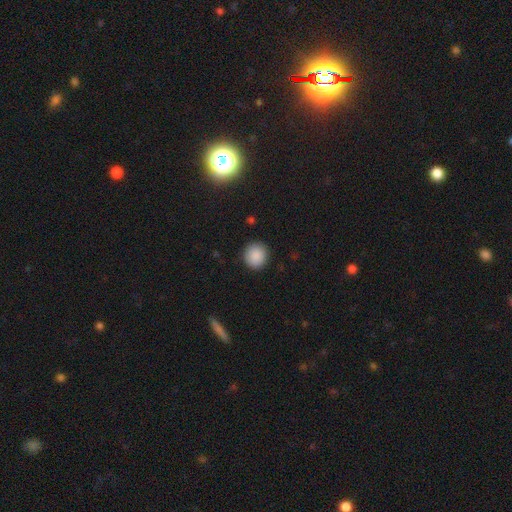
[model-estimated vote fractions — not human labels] The model was most divided on "smooth or featured": smooth: 89%, star or artifact: 8%, featured or disk: 3%. More confident: merging — none (91%); how rounded — round (90%).